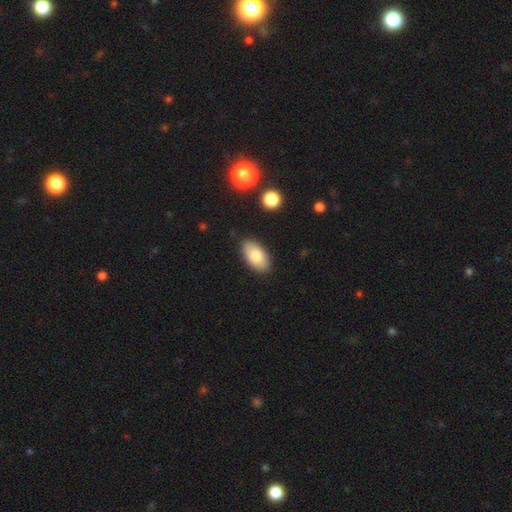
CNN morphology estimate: A smooth galaxy with no disk features (82%) that is in between round and cigar-shaped (94%). Merging: none (86%).